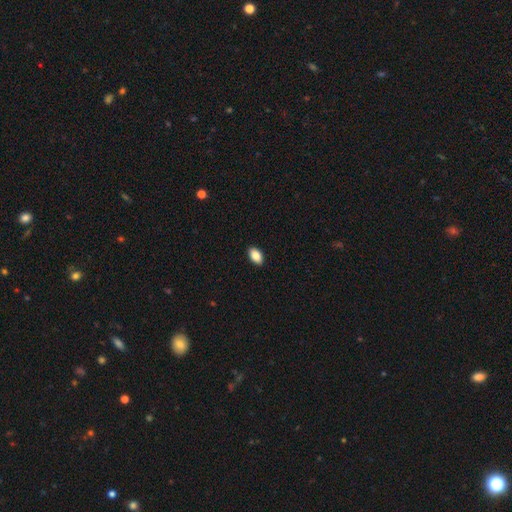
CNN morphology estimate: This is clearly a smooth galaxy (87%). How rounded: clearly in between (92%). Merging: clearly none (91%).